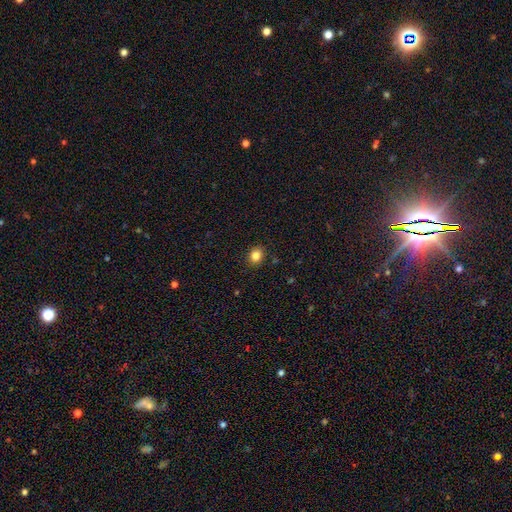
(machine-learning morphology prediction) Smooth or featured? Predicted: smooth (p=0.85). How rounded? Predicted: round (p=0.61). Merging? Predicted: none (p=0.89).